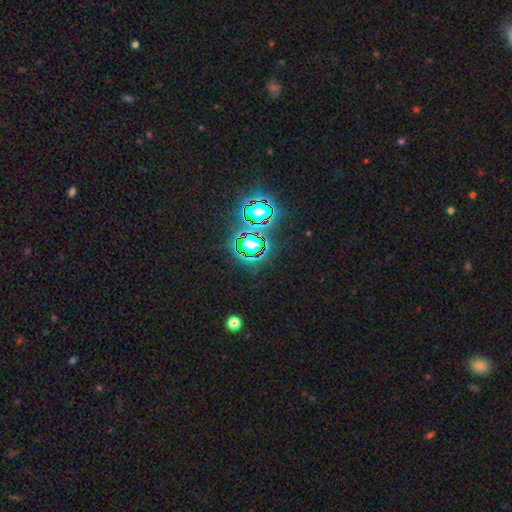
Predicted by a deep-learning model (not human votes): Q: Smooth or featured?
A: star or artifact (80%); runner-up: smooth (12%)